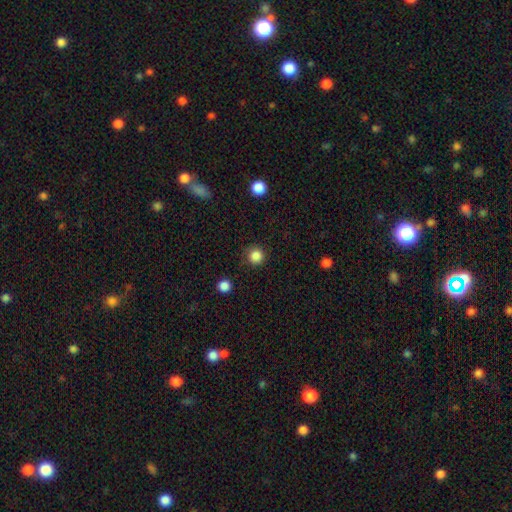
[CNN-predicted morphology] smooth_or_featured: smooth (p=0.85) [alt: star or artifact p=0.11]
how_rounded: round (p=0.94) [alt: in between p=0.05]
merging: none (p=0.86) [alt: minor disturbance p=0.09]